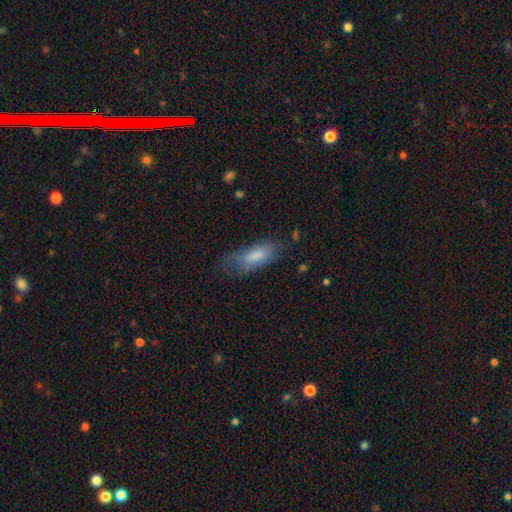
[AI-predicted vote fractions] Smooth or featured? smooth (77%)
How rounded? in between (76%)
Merging? none (51%)